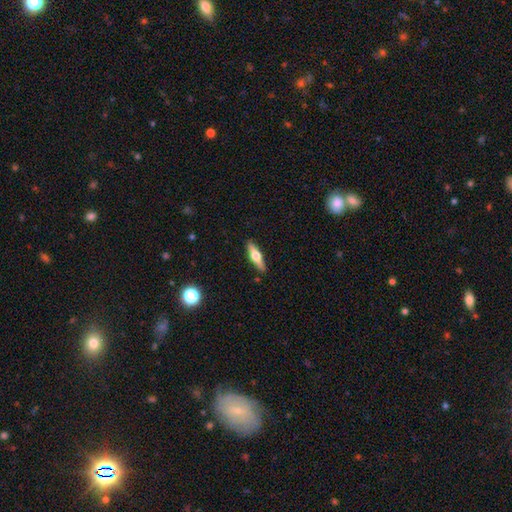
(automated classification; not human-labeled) This is possibly a featured or disk galaxy (55%). It is clearly viewed edge-on (95%). Edge-on bulge: clearly rounded (94%). Merging: clearly none (89%).